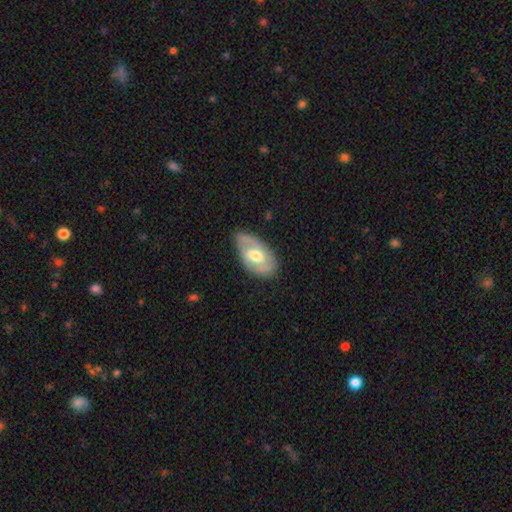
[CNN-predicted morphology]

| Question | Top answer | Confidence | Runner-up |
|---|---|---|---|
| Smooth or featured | featured or disk | 55% | smooth (39%) |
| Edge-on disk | no | 90% | yes (10%) |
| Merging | none | 67% | minor disturbance (25%) |